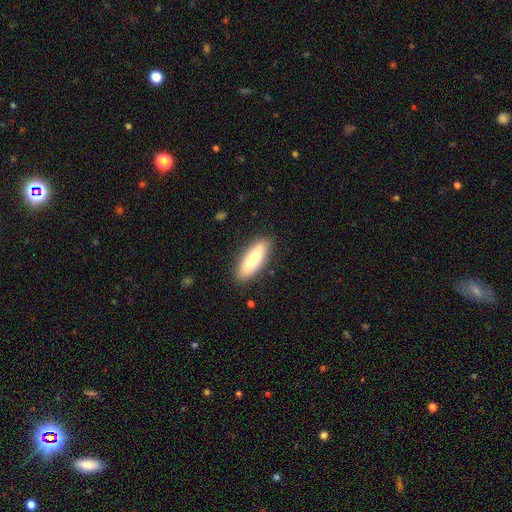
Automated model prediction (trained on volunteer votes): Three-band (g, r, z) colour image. It shows a smooth galaxy with no disk features (79%) that is in between round and cigar-shaped (56%). Merging: none (88%).